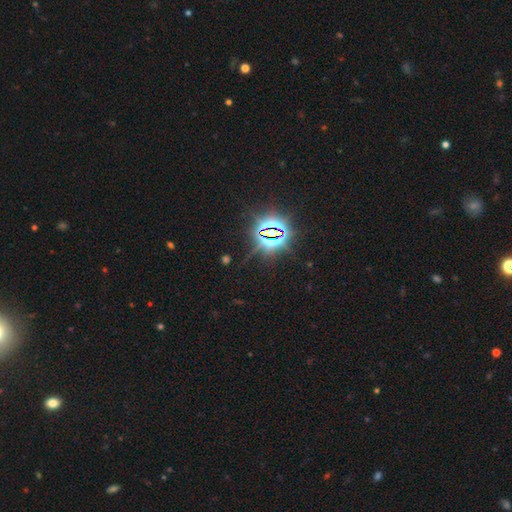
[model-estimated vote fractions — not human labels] This appears to be a star or artifact, not a galaxy (82%).